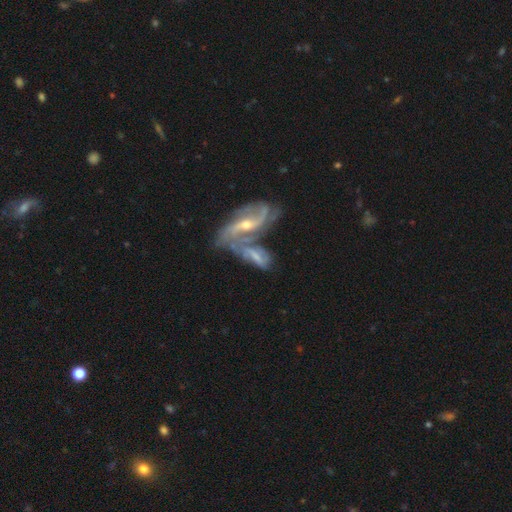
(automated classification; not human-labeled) Q: Smooth or featured?
A: featured or disk (71%); runner-up: smooth (22%)
Q: Edge-on disk?
A: no (92%); runner-up: yes (8%)
Q: Bar?
A: weak (43%); runner-up: no (34%)
Q: Spiral arms?
A: yes (85%); runner-up: no (15%)
Q: Spiral winding?
A: loose (47%); runner-up: medium (38%)
Q: Spiral arm count?
A: 2 (74%); runner-up: can't tell (14%)
Q: Bulge size?
A: small (50%); runner-up: moderate (40%)
Q: Merging?
A: merger (58%); runner-up: none (20%)